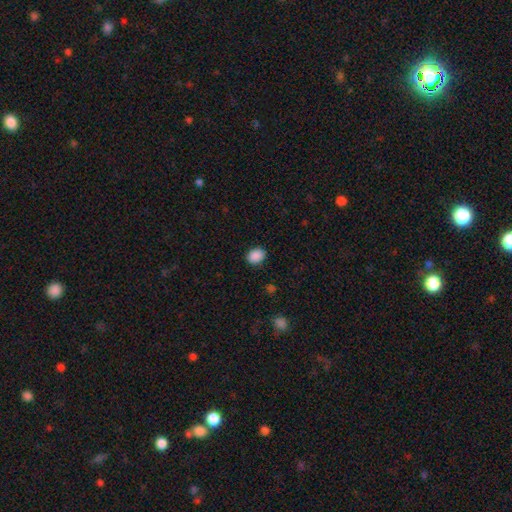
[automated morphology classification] type=smooth (89%); roundness=in between (55%); merging=none (88%).